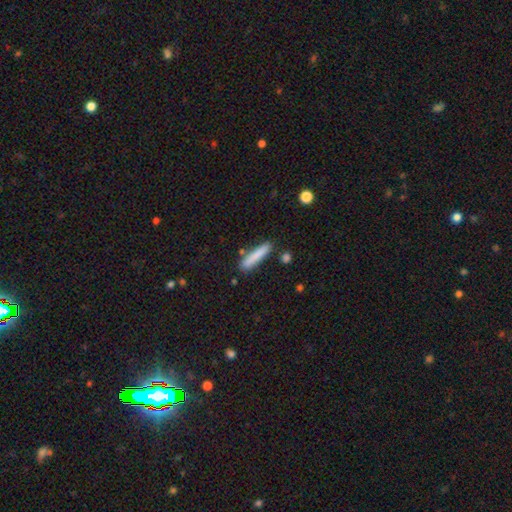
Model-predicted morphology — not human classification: smooth_or_featured: smooth (p=0.82) [alt: featured or disk p=0.12]
how_rounded: cigar-shaped (p=0.89) [alt: in between p=0.09]
merging: none (p=0.84) [alt: minor disturbance p=0.11]